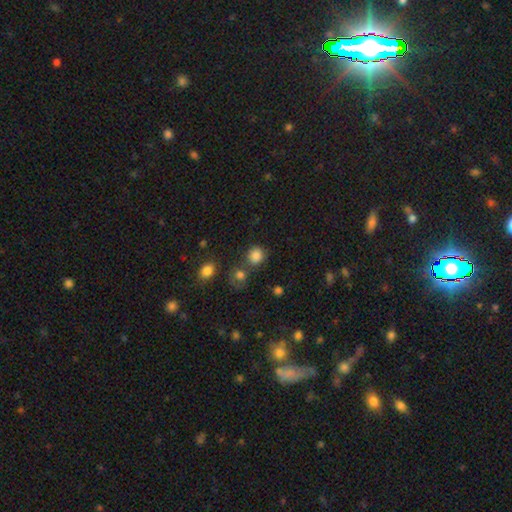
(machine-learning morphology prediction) smooth_or_featured: smooth (p=0.84) [alt: star or artifact p=0.12]
how_rounded: round (p=0.83) [alt: in between p=0.16]
merging: none (p=0.71) [alt: merger p=0.13]